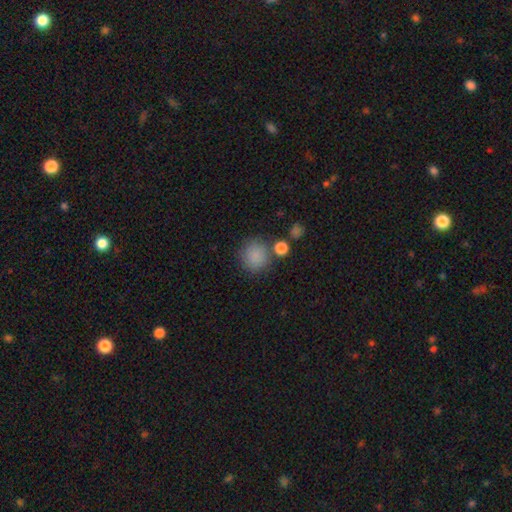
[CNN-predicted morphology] Smooth or featured? smooth (85%)
How rounded? round (90%)
Merging? none (76%)